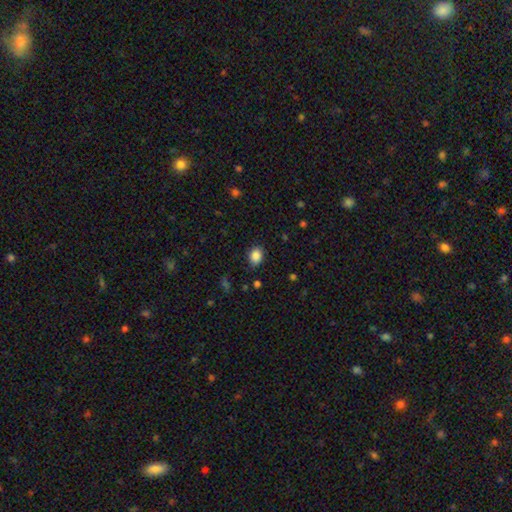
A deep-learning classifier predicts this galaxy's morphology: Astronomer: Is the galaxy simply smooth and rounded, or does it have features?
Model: smooth — 87%.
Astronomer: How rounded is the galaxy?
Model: in between — 59% (runner-up: round, 40%).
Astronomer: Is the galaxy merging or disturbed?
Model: none — 83%.